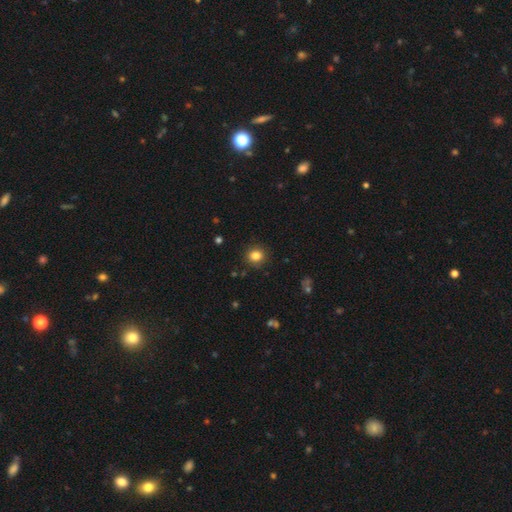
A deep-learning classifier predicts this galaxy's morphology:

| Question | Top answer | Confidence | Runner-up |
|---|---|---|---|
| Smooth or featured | smooth | 84% | star or artifact (11%) |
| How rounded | round | 82% | in between (17%) |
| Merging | none | 89% | minor disturbance (7%) |